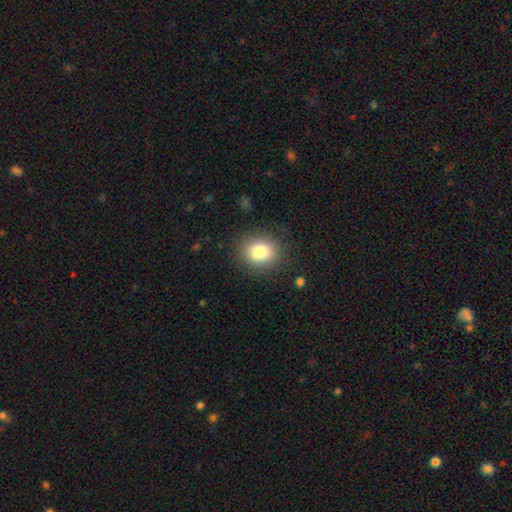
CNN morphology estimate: smooth 77%, star or artifact 17%, featured or disk 6%. Down the decision tree: how rounded — round (75%); merging — none (91%).